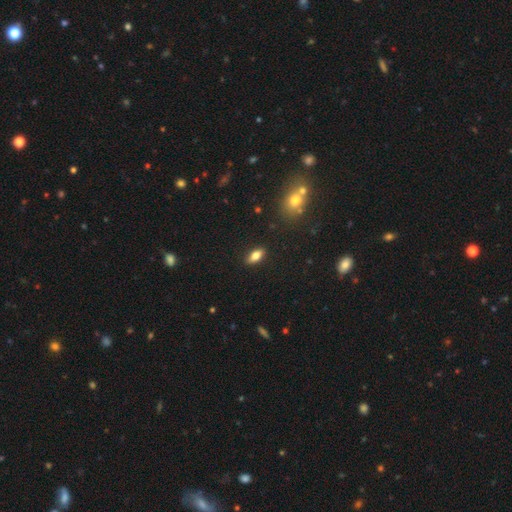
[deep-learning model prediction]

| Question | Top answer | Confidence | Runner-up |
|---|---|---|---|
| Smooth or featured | smooth | 77% | featured or disk (15%) |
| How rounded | in between | 84% | cigar-shaped (12%) |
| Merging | none | 88% | minor disturbance (8%) |